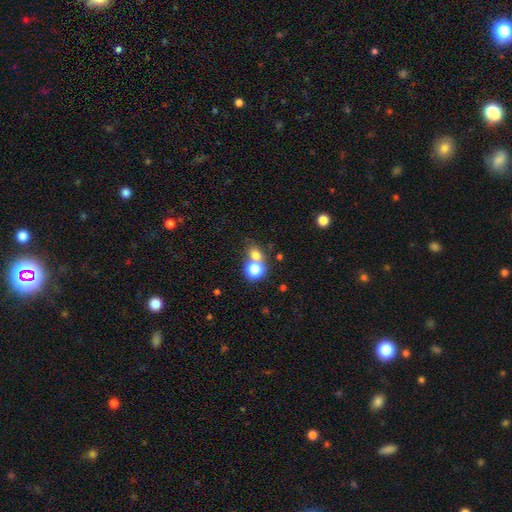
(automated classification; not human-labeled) The model was most divided on "merging": none: 54%, merger: 34%, minor disturbance: 8%, major disturbance: 4%. More confident: how rounded — round (71%); smooth or featured — smooth (67%).